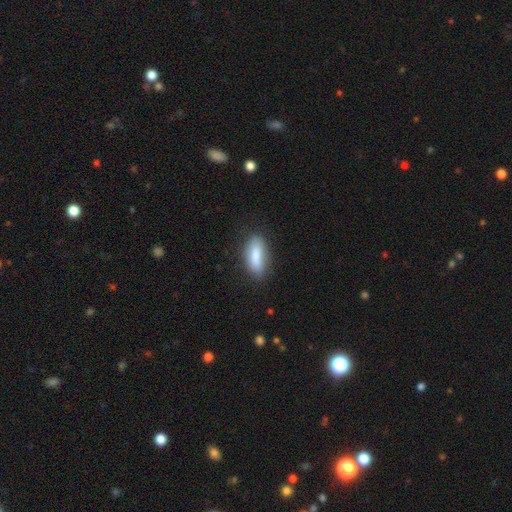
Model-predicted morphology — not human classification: This is likely a smooth galaxy (80%). How rounded: likely in between (75%). Merging: likely none (74%).